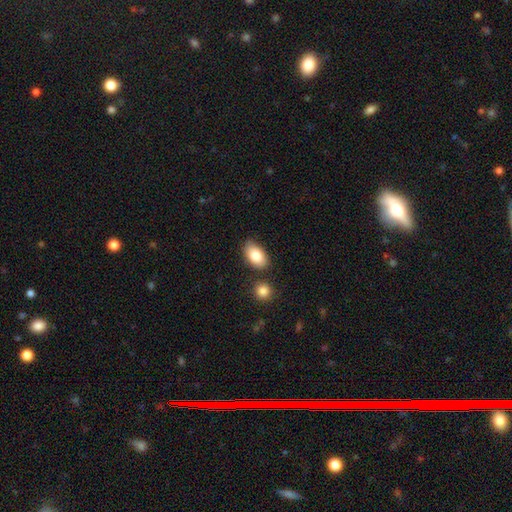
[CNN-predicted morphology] This appears to be a smooth galaxy with no disk features (84%) that is in between round and cigar-shaped (93%). Merging: none (74%).